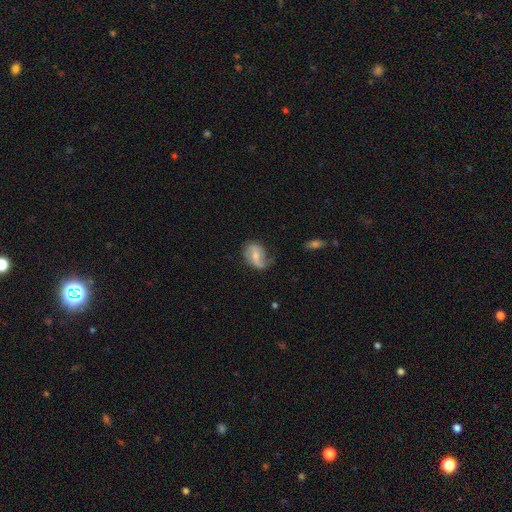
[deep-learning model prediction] Smooth or featured: featured or disk — 56% (smooth — 37%)
Edge-on disk: no — 96% (yes — 4%)
Bar: weak — 44% (no — 31%)
Spiral arms: yes — 82% (no — 18%)
Bulge size: moderate — 47% (small — 43%)
Merging: none — 57% (minor disturbance — 30%)